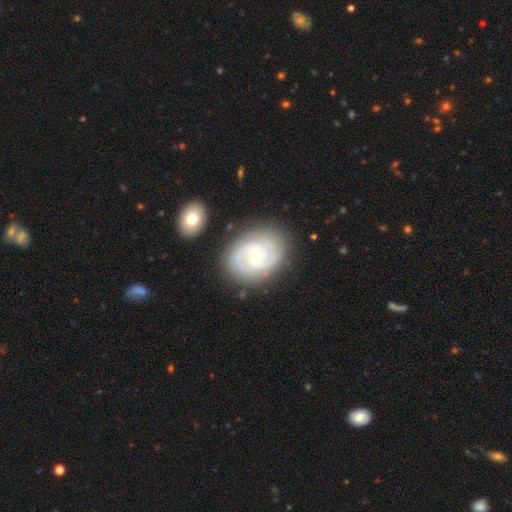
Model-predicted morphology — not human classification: Smooth or featured? featured or disk (84%)
Edge-on disk? no (97%)
Bar? no (58%)
Spiral arms? yes (94%)
Spiral winding? tight (62%)
Spiral arm count? 2 (63%)
Bulge size? moderate (50%)
Merging? none (82%)